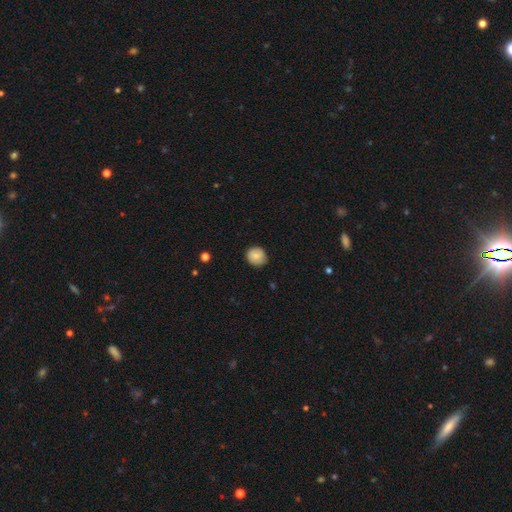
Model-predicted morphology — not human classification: Smooth or featured? Predicted: smooth (p=0.79). How rounded? Predicted: round (p=0.87). Merging? Predicted: none (p=0.80).